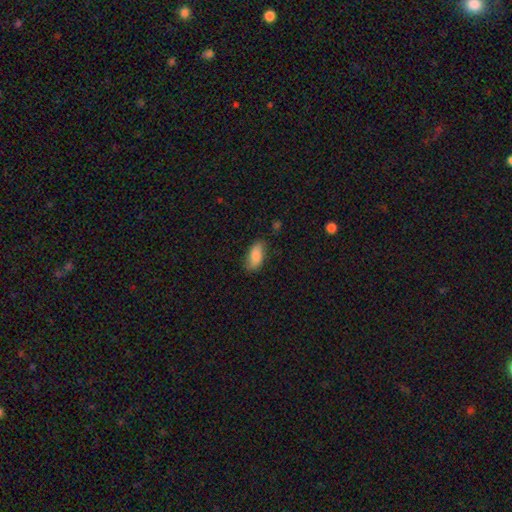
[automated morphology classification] Smooth or featured: smooth — 86% (featured or disk — 8%)
How rounded: in between — 89% (cigar-shaped — 8%)
Merging: none — 74% (minor disturbance — 20%)